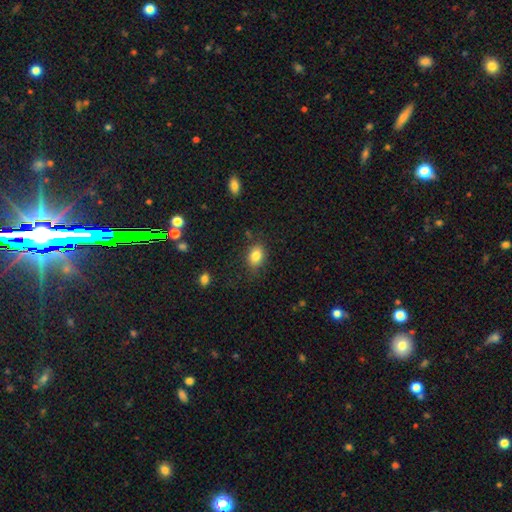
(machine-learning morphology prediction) smooth-or-featured: smooth: 83% | star or artifact: 9% | featured or disk: 7%
  how-rounded: in between: 73% | round: 26% | cigar-shaped: 1%
  merging: none: 81% | minor disturbance: 14% | major disturbance: 4% | merger: 2%